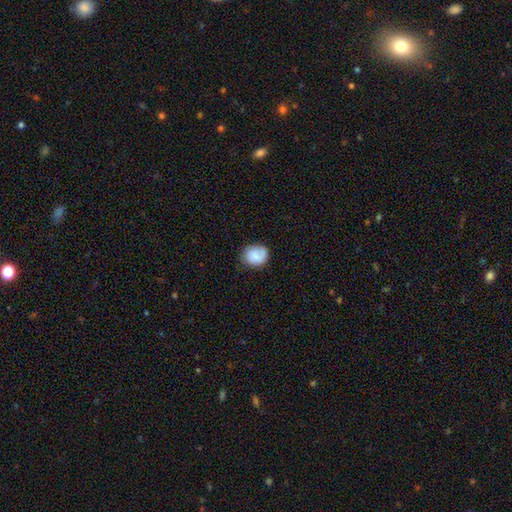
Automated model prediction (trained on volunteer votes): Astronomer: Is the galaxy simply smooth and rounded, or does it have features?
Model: smooth — 73%.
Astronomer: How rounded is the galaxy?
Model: round — 70%.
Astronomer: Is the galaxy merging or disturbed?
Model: none — 71%.